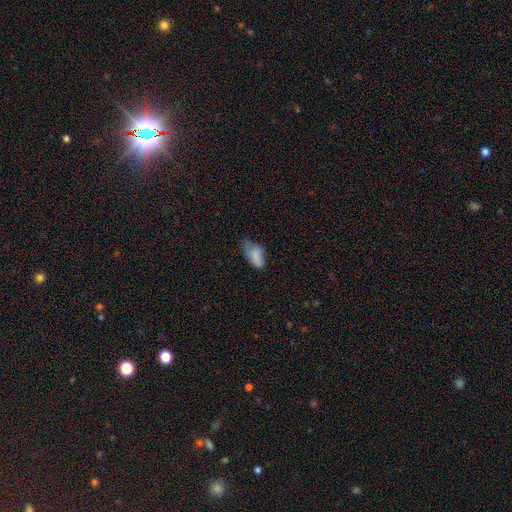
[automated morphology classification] Smooth or featured? smooth (79%)
How rounded? in between (91%)
Merging? minor disturbance (43%)